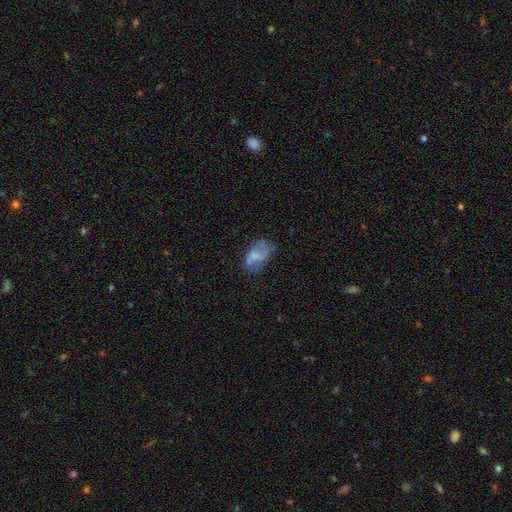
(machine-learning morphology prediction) A featured or disk galaxy (46%).

Vote fractions:
- Smooth or featured? featured or disk: 46% / smooth: 45% / star or artifact: 9%
- Merging? none: 48% / minor disturbance: 27% / major disturbance: 20% / merger: 5%